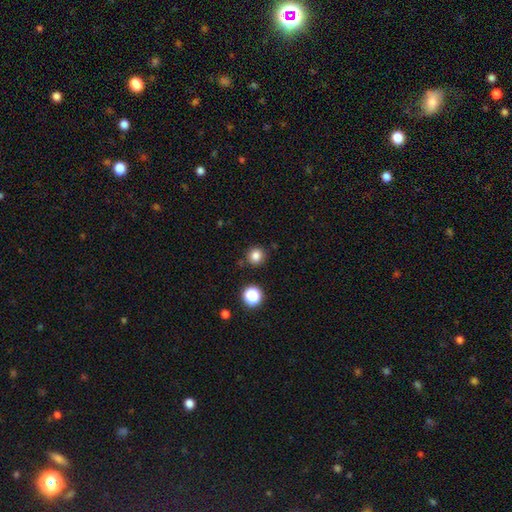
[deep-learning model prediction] A smooth galaxy with no disk features (82%) that is round (92%). Merging: none (87%).